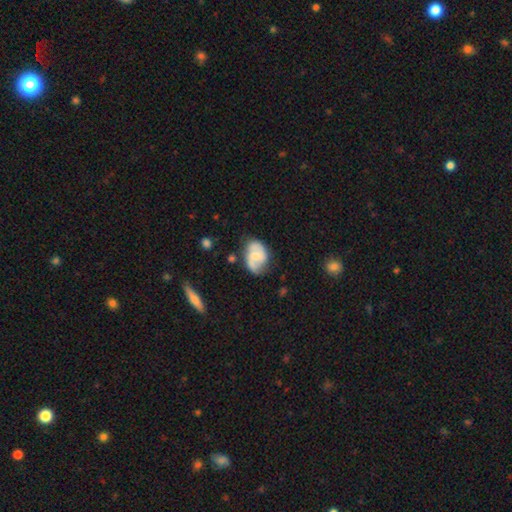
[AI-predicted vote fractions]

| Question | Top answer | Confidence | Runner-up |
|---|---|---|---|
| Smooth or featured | featured or disk | 66% | smooth (28%) |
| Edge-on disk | no | 97% | yes (3%) |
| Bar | no | 52% | weak (40%) |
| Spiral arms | yes | 90% | no (10%) |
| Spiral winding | medium | 48% | loose (26%) |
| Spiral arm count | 2 | 82% | can't tell (10%) |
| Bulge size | small | 45% | moderate (38%) |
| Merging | none | 64% | minor disturbance (24%) |